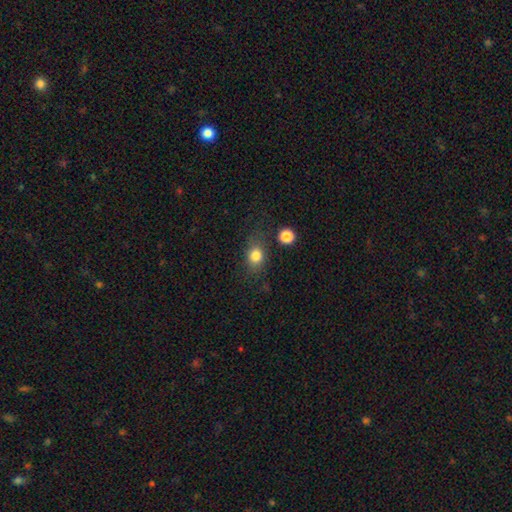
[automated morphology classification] smooth-or-featured: smooth: 81% | star or artifact: 11% | featured or disk: 8%
  how-rounded: round: 53% | in between: 45% | cigar-shaped: 2%
  merging: none: 71% | minor disturbance: 17% | major disturbance: 7% | merger: 5%